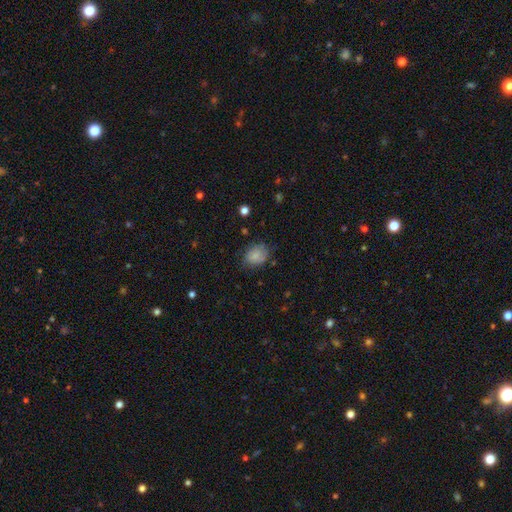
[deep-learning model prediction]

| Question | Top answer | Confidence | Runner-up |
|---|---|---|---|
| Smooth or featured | smooth | 81% | featured or disk (10%) |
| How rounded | in between | 52% | round (47%) |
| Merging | none | 68% | minor disturbance (24%) |